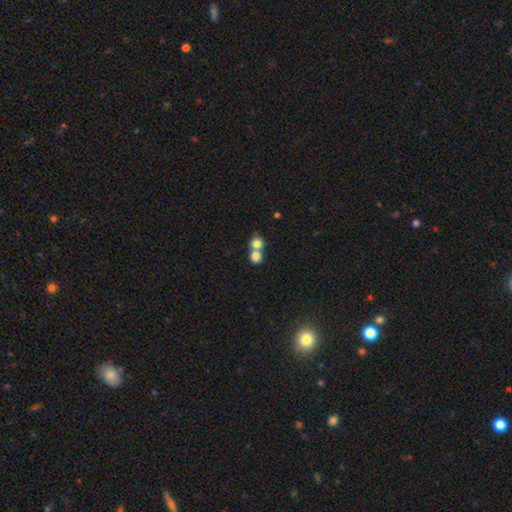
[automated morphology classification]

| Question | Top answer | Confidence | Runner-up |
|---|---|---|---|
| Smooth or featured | smooth | 80% | featured or disk (10%) |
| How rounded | round | 80% | in between (19%) |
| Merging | merger | 61% | none (31%) |